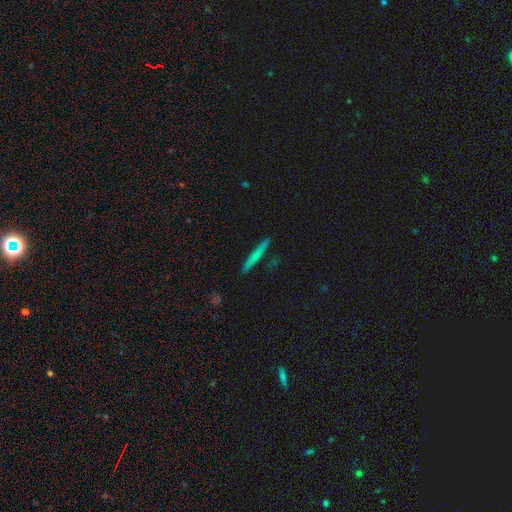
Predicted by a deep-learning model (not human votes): A smooth galaxy with no disk features (65%) that is cigar-shaped (96%).

Vote fractions:
- Smooth or featured? smooth: 65% / featured or disk: 29% / star or artifact: 6%
- How rounded? cigar-shaped: 96% / in between: 2% / round: 2%
- Merging? none: 91% / minor disturbance: 6% / major disturbance: 1% / merger: 1%